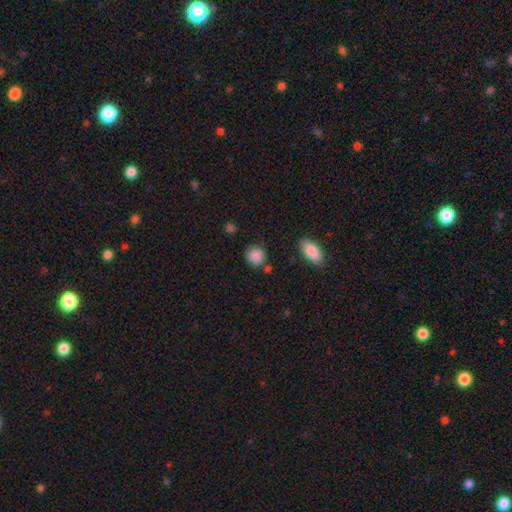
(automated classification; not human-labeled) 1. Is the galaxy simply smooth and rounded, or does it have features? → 87% smooth, 9% star or artifact, 4% featured or disk.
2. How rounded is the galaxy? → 81% round, 18% in between, 1% cigar-shaped.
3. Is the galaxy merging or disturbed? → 76% none, 15% minor disturbance, 5% merger, 4% major disturbance.